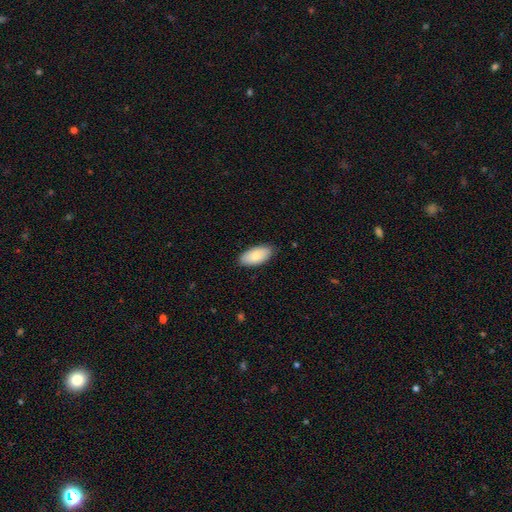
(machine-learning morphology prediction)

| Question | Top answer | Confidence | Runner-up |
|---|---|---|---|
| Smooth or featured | smooth | 80% | featured or disk (14%) |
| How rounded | in between | 94% | cigar-shaped (4%) |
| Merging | none | 83% | minor disturbance (14%) |